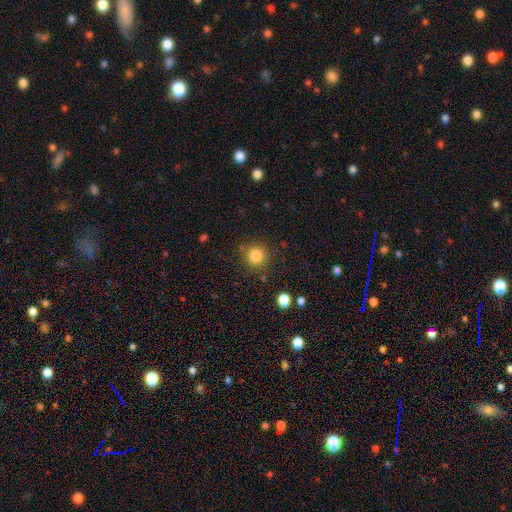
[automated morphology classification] Smooth or featured? smooth (82%)
How rounded? round (93%)
Merging? none (85%)